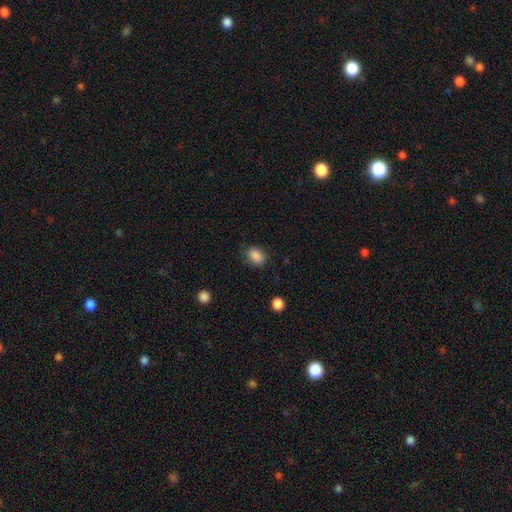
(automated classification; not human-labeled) A smooth galaxy with no disk features (87%) that is in between round and cigar-shaped (76%).

Vote fractions:
- Smooth or featured? smooth: 87% / star or artifact: 9% / featured or disk: 4%
- How rounded? in between: 76% / round: 23% / cigar-shaped: 1%
- Merging? none: 75% / minor disturbance: 18% / major disturbance: 5% / merger: 1%